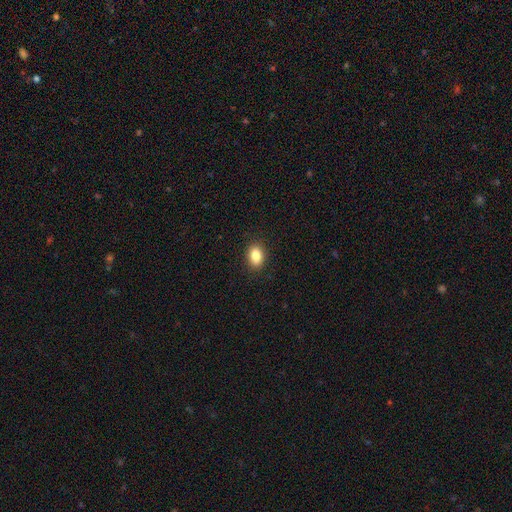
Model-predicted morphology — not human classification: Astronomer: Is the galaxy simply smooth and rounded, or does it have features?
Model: smooth — 85%.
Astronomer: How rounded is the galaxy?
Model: in between — 82%.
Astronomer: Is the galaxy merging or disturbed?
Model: none — 90%.